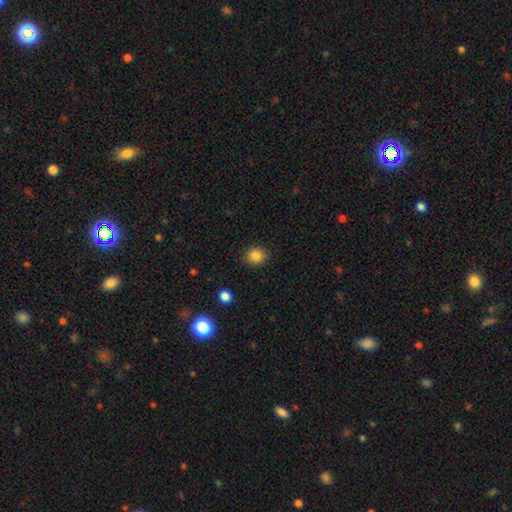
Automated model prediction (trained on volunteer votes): The model was most divided on "smooth or featured": smooth: 84%, star or artifact: 11%, featured or disk: 5%. More confident: merging — none (90%); how rounded — round (88%).